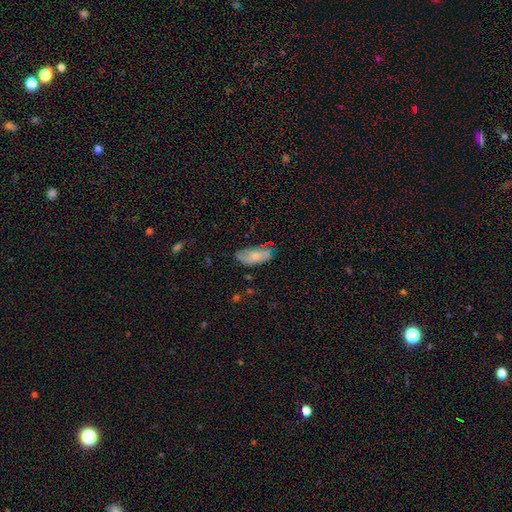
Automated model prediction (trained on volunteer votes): Smooth or featured? Predicted: smooth (p=0.67). How rounded? Predicted: in between (p=0.87). Merging? Predicted: none (p=0.65).